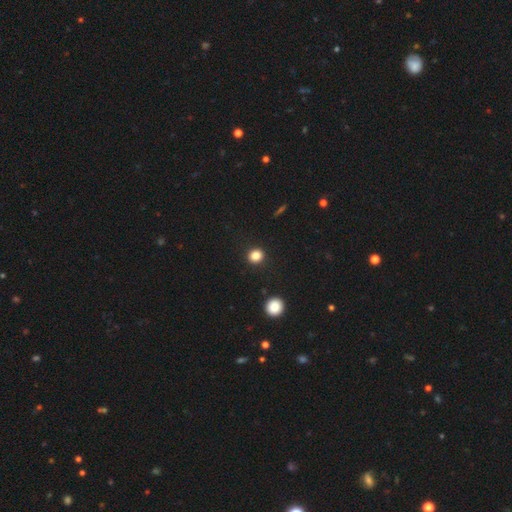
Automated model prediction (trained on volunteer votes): Smooth or featured?
  - smooth: 84% *
  - star or artifact: 12%
  - featured or disk: 4%
How rounded?
  - round: 88% *
  - in between: 11%
  - cigar-shaped: 1%
Merging?
  - none: 92% *
  - minor disturbance: 5%
  - major disturbance: 2%
  - merger: 1%